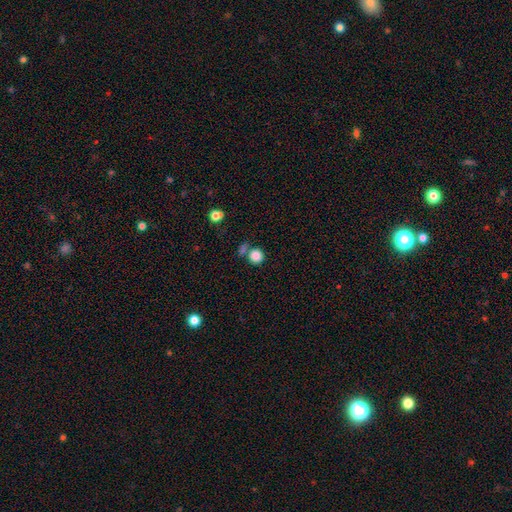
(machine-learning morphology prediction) Smooth or featured?
  - smooth: 85% *
  - star or artifact: 10%
  - featured or disk: 5%
How rounded?
  - round: 91% *
  - in between: 8%
  - cigar-shaped: 1%
Merging?
  - none: 66% *
  - merger: 20%
  - minor disturbance: 10%
  - major disturbance: 4%